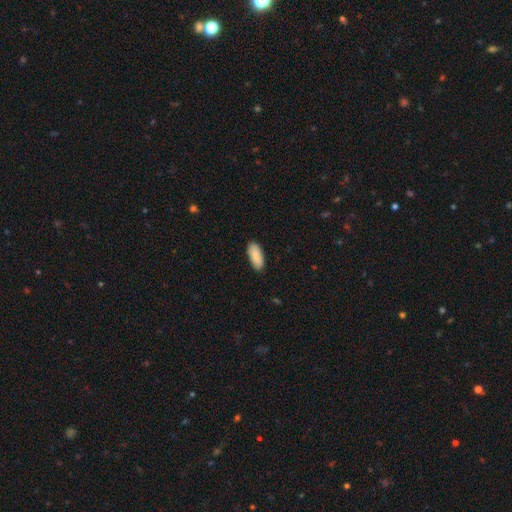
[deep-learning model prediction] A smooth galaxy with no disk features (90%) that is in between round and cigar-shaped (84%).

Vote fractions:
- Smooth or featured? smooth: 90% / star or artifact: 6% / featured or disk: 5%
- How rounded? in between: 84% / cigar-shaped: 14% / round: 2%
- Merging? none: 88% / minor disturbance: 9% / major disturbance: 2% / merger: 1%